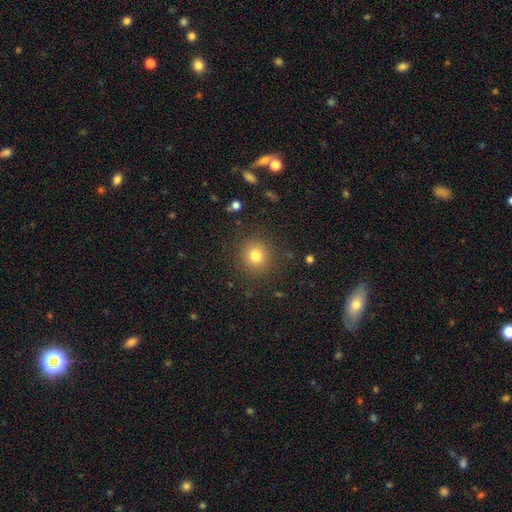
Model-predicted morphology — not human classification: Smooth or featured? smooth (79%)
How rounded? round (91%)
Merging? none (89%)